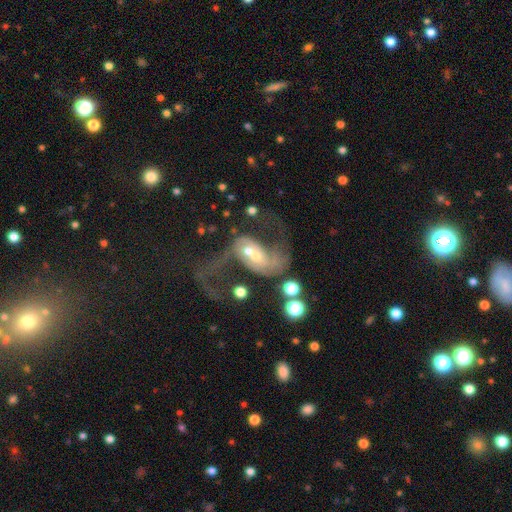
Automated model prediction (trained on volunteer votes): Smooth or featured?
  - featured or disk: 79% *
  - smooth: 12%
  - star or artifact: 9%
Edge-on disk?
  - no: 97% *
  - yes: 3%
Bar?
  - no: 49% *
  - weak: 34%
  - strong: 17%
Spiral arms?
  - yes: 87% *
  - no: 13%
Spiral winding?
  - loose: 71% *
  - medium: 24%
  - tight: 5%
Spiral arm count?
  - 2: 84% *
  - 1: 6%
  - can't tell: 6%
  - 3: 2%
  - 4: 1%
  - more than 4: 1%
Bulge size?
  - small: 47% *
  - moderate: 43%
  - large: 5%
  - none: 3%
  - dominant: 2%
Merging?
  - merger: 36% *
  - none: 28%
  - major disturbance: 26%
  - minor disturbance: 10%